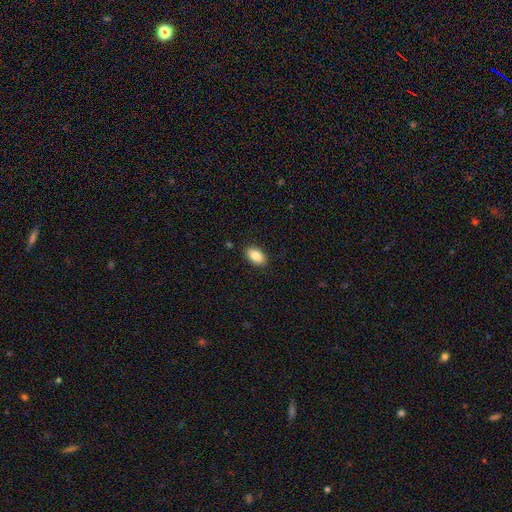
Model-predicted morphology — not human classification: A smooth galaxy with no disk features (86%) that is in between round and cigar-shaped (92%). Merging: none (89%).